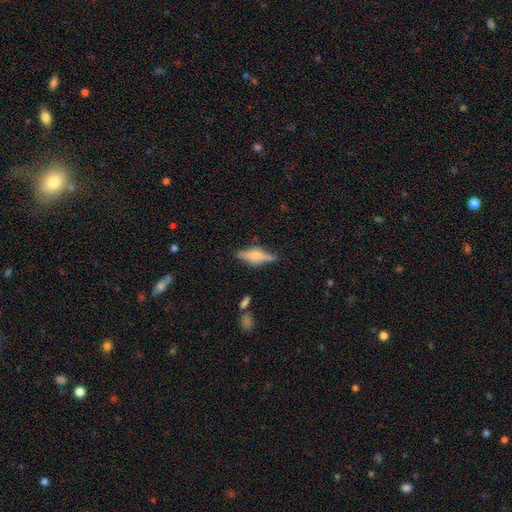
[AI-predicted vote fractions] Q: Smooth or featured?
A: featured or disk (56%); runner-up: smooth (36%)
Q: Edge-on disk?
A: yes (93%); runner-up: no (7%)
Q: Edge-on bulge?
A: rounded (79%); runner-up: boxy (16%)
Q: Merging?
A: none (77%); runner-up: minor disturbance (16%)